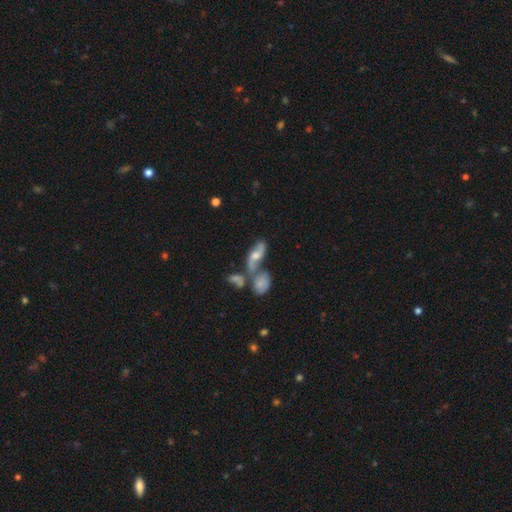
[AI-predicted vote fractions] Overall: featured or disk (60%; smooth 29%). Edge-on disk: no (82%). Merging: merger (49%; none 29%).